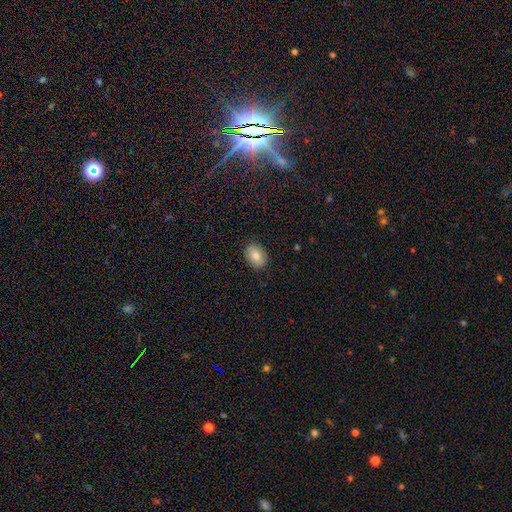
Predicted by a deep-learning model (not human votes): Smooth or featured? Predicted: smooth (p=0.80). How rounded? Predicted: in between (p=0.78). Merging? Predicted: none (p=0.87).